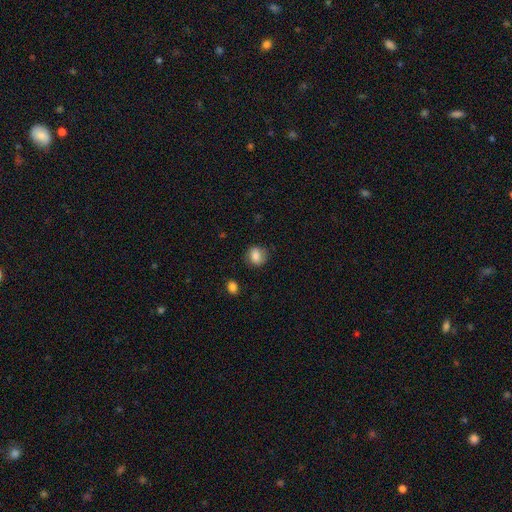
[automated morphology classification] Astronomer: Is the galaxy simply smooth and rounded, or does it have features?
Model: smooth — 81%.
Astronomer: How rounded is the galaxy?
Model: round — 63%.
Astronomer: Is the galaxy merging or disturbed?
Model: none — 77%.